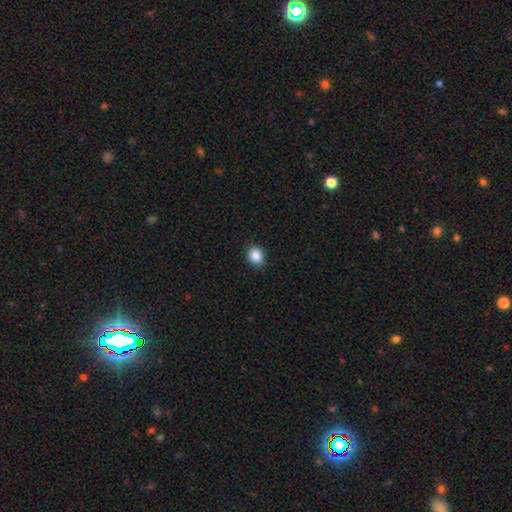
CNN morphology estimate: This appears to be a smooth galaxy with no disk features (87%) that is round (68%). Merging: none (90%).